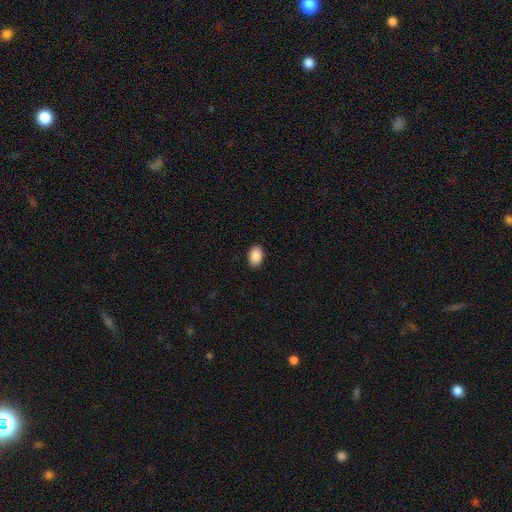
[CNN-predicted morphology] A smooth galaxy with no disk features (90%) that is in between round and cigar-shaped (84%).

Vote fractions:
- Smooth or featured? smooth: 90% / star or artifact: 7% / featured or disk: 3%
- How rounded? in between: 84% / round: 15% / cigar-shaped: 1%
- Merging? none: 88% / minor disturbance: 9% / major disturbance: 2% / merger: 1%